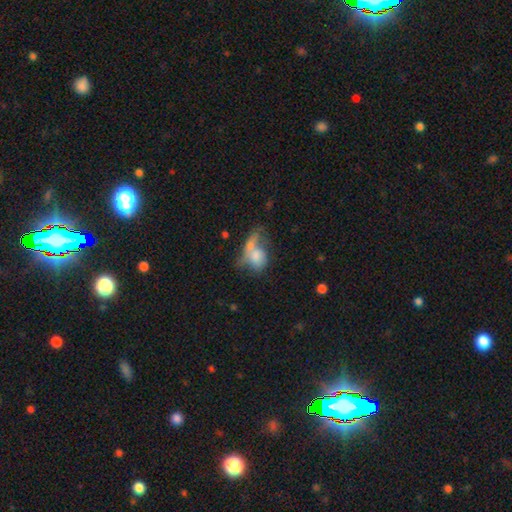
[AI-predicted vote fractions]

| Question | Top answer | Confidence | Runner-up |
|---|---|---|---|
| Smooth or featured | smooth | 67% | featured or disk (24%) |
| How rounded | in between | 66% | round (30%) |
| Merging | merger | 51% | none (19%) |